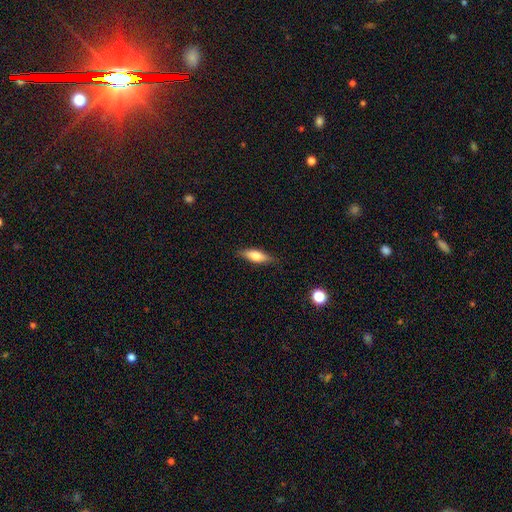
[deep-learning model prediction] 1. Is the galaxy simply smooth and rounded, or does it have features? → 66% smooth, 27% featured or disk, 7% star or artifact.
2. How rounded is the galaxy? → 55% in between, 43% cigar-shaped, 3% round.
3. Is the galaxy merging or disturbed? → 83% none, 13% minor disturbance, 3% major disturbance, 1% merger.